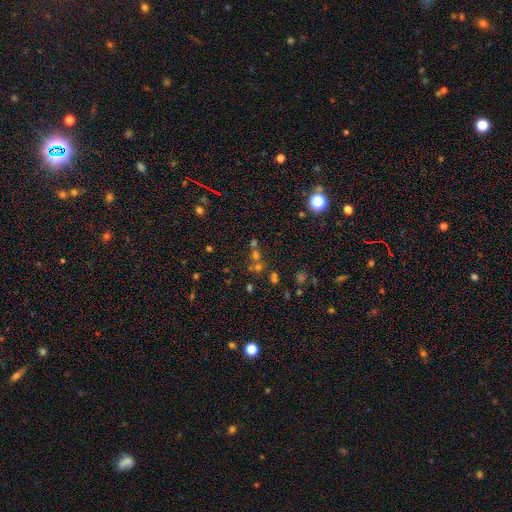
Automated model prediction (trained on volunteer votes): smooth-or-featured: star or artifact: 47% | smooth: 38% | featured or disk: 15%